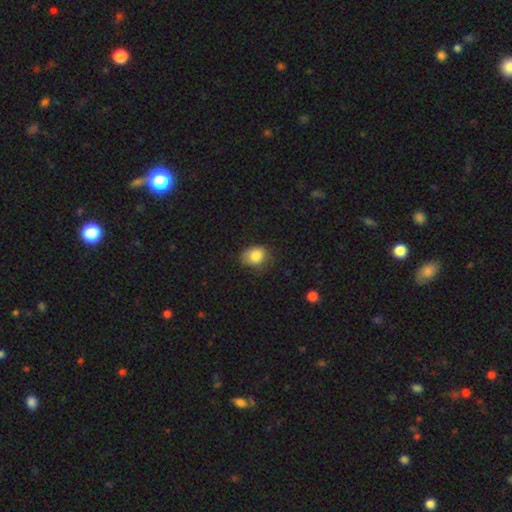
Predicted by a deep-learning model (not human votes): Smooth or featured: smooth — 82% (featured or disk — 9%)
How rounded: in between — 52% (round — 47%)
Merging: none — 60% (minor disturbance — 29%)